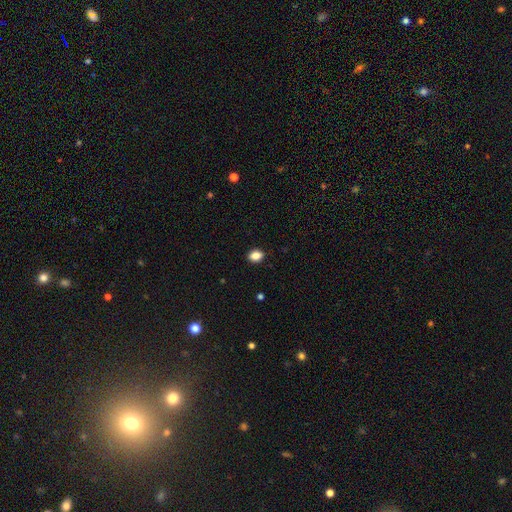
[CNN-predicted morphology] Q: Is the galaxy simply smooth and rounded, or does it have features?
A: smooth — 86%.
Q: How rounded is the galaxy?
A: in between — 71%.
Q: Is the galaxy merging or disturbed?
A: none — 89%.